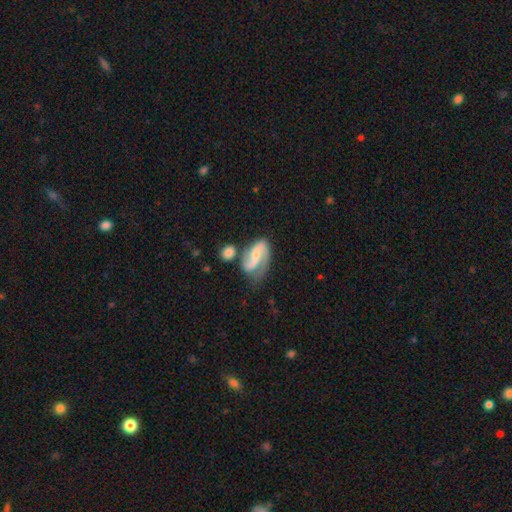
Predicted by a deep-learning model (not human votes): smooth_or_featured: featured or disk (p=0.79) [alt: smooth p=0.15]
disk_edge_on: no (p=0.97) [alt: yes p=0.03]
bar: weak (p=0.41) [alt: no p=0.30]
has_spiral_arms: yes (p=0.94) [alt: no p=0.06]
spiral_winding: medium (p=0.43) [alt: loose p=0.39]
spiral_arm_count: 2 (p=0.82) [alt: 1 p=0.10]
bulge_size: small (p=0.50) [alt: moderate p=0.29]
merging: none (p=0.47) [alt: minor disturbance p=0.24]